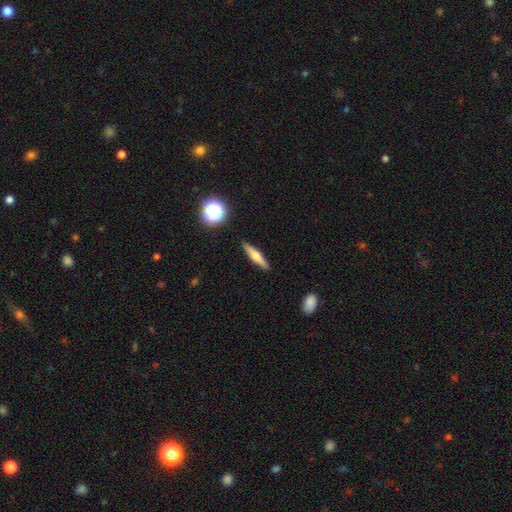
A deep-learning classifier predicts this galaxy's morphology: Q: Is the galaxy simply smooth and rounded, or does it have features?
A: smooth — 48%.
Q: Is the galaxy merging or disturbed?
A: none — 90%.